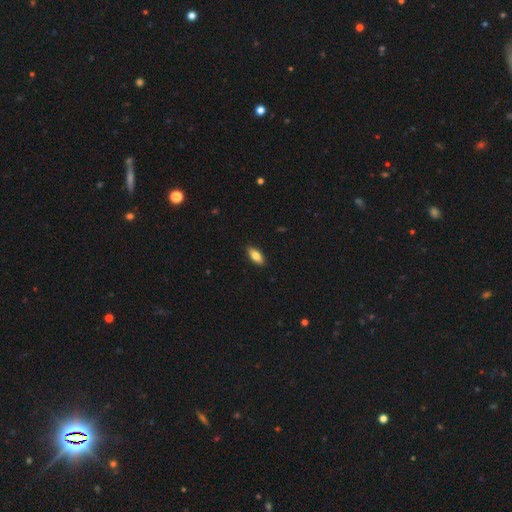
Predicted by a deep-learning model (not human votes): smooth-or-featured: smooth: 78% | featured or disk: 16% | star or artifact: 6%
  how-rounded: in between: 80% | cigar-shaped: 17% | round: 2%
  merging: none: 89% | minor disturbance: 8% | major disturbance: 2% | merger: 1%